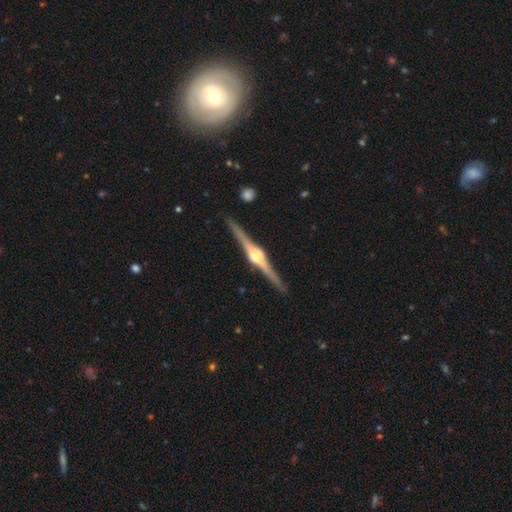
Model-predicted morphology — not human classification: Q: Smooth or featured?
A: featured or disk (90%); runner-up: smooth (6%)
Q: Edge-on disk?
A: yes (99%); runner-up: no (1%)
Q: Edge-on bulge?
A: rounded (93%); runner-up: boxy (5%)
Q: Merging?
A: none (91%); runner-up: minor disturbance (6%)